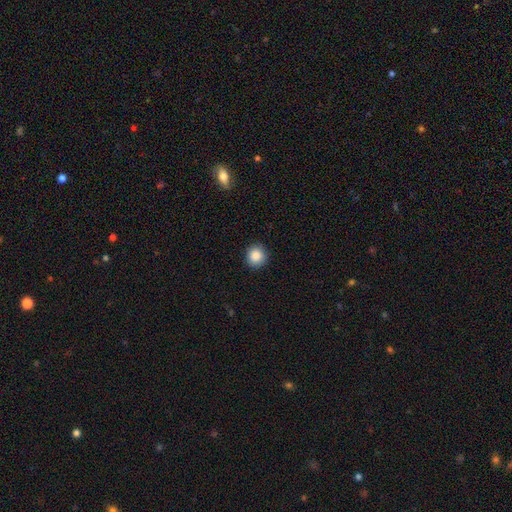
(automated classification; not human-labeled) This is clearly a smooth galaxy (87%). How rounded: clearly round (91%). Merging: clearly none (91%).